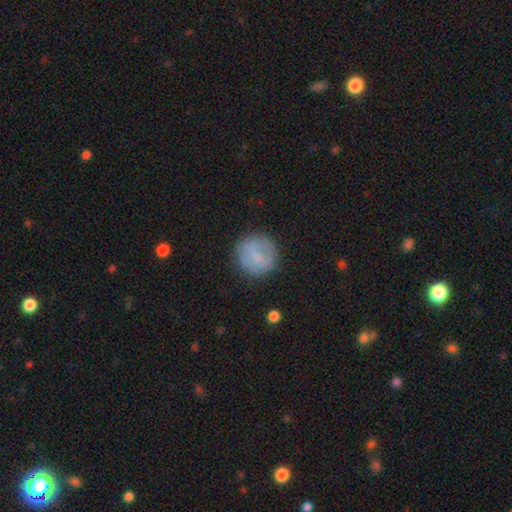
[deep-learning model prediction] This appears to be a smooth galaxy with no disk features (67%) that is round (91%). Merging: none (78%).